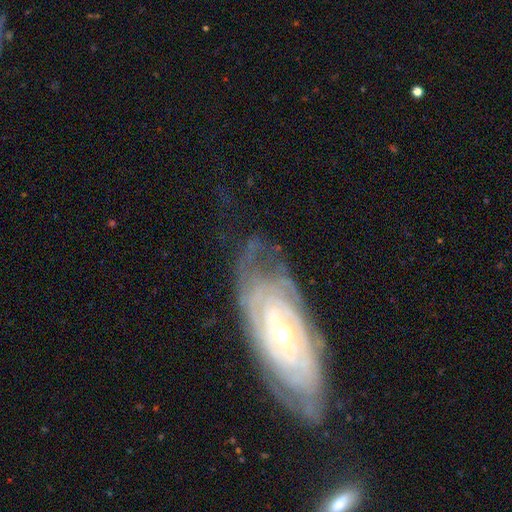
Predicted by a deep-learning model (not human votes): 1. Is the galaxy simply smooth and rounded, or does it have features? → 85% featured or disk, 9% smooth, 7% star or artifact.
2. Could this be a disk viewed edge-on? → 90% no, 10% yes.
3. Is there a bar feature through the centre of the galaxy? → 59% no, 28% weak, 13% strong.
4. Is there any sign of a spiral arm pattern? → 93% yes, 7% no.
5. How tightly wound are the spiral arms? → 81% tight, 15% medium, 4% loose.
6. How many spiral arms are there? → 47% can't tell, 19% 2, 11% 3, 10% 4, 7% more than 4, 5% 1.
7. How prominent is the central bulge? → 56% small, 41% moderate, 2% large, 1% none, 1% dominant.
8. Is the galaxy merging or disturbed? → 73% none, 18% minor disturbance, 7% major disturbance, 2% merger.